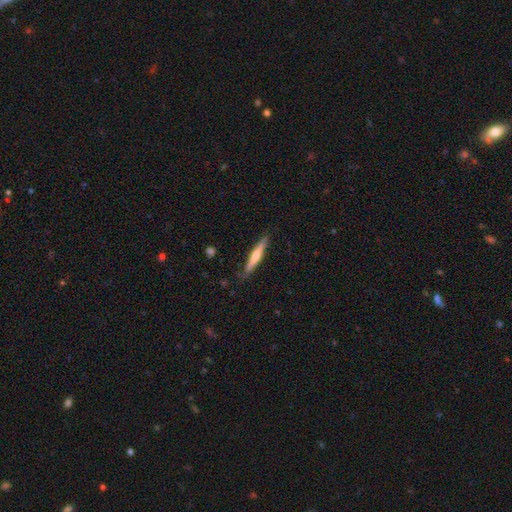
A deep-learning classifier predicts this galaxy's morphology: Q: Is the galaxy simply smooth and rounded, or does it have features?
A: featured or disk — 50%.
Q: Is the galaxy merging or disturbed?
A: none — 86%.